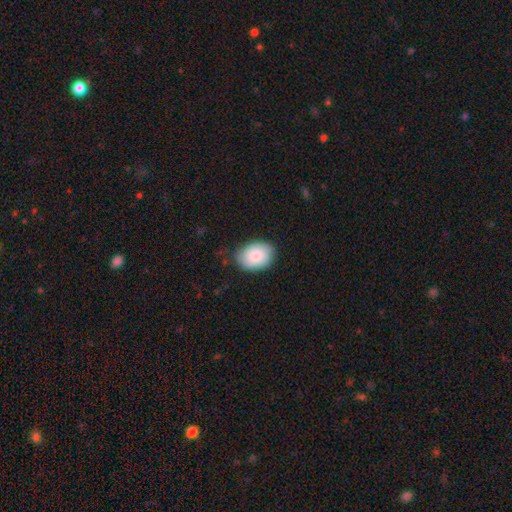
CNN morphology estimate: Smooth or featured: smooth — 83% (featured or disk — 11%)
How rounded: in between — 72% (round — 27%)
Merging: none — 78% (minor disturbance — 17%)